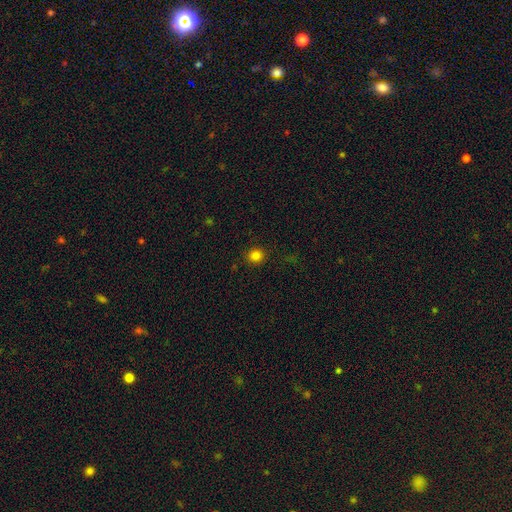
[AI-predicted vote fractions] Overall: smooth (81%). How rounded: round (90%). Merging: none (90%).